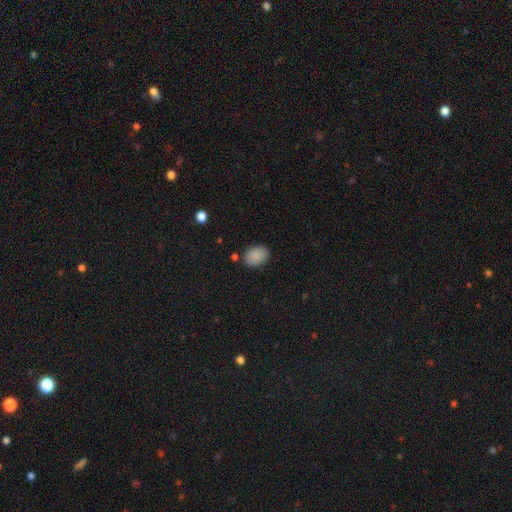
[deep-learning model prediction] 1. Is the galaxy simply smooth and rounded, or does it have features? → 88% smooth, 8% star or artifact, 4% featured or disk.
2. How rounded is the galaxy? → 78% in between, 21% round, 1% cigar-shaped.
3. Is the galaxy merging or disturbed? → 83% none, 12% minor disturbance, 3% major disturbance, 3% merger.